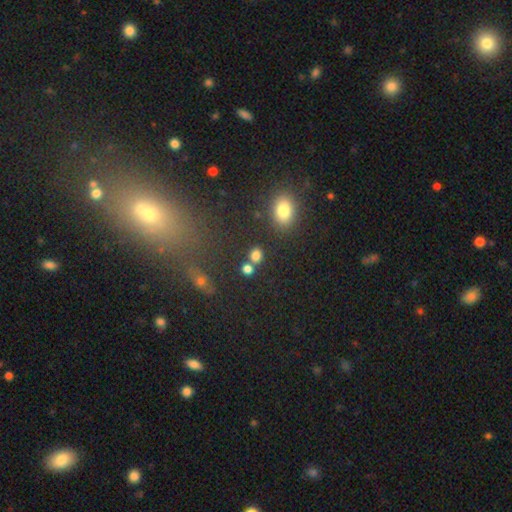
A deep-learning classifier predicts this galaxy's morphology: A smooth galaxy with no disk features (79%) that is round (67%). Merging: none (67%).